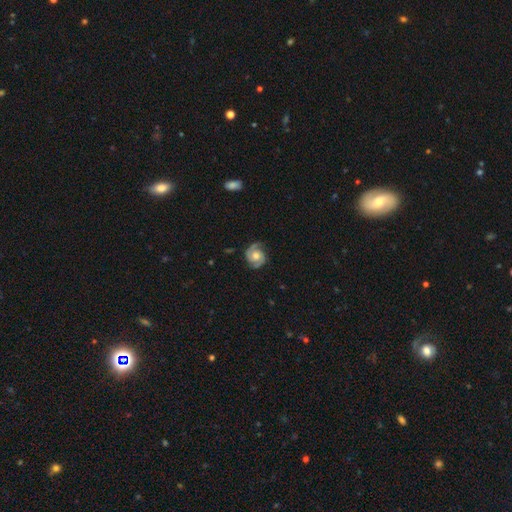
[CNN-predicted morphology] Smooth or featured: featured or disk — 85% (smooth — 10%)
Edge-on disk: no — 98% (yes — 2%)
Bar: no — 70% (weak — 25%)
Spiral arms: yes — 97% (no — 3%)
Spiral winding: tight — 48% (medium — 43%)
Spiral arm count: 2 — 89% (can't tell — 3%)
Bulge size: moderate — 69% (small — 15%)
Merging: none — 78% (minor disturbance — 16%)